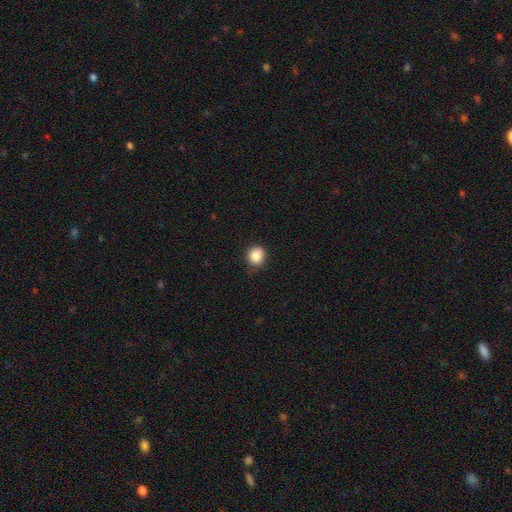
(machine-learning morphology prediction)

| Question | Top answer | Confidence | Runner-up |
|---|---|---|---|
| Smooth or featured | smooth | 86% | star or artifact (9%) |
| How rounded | round | 77% | in between (22%) |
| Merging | none | 80% | minor disturbance (16%) |